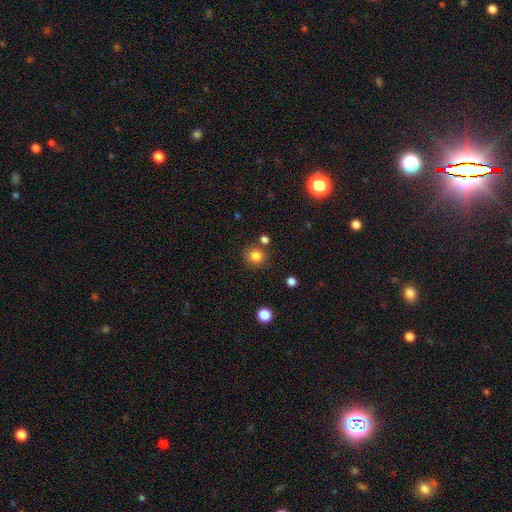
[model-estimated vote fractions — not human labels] Overall: smooth (84%). How rounded: round (89%). Merging: none (81%).